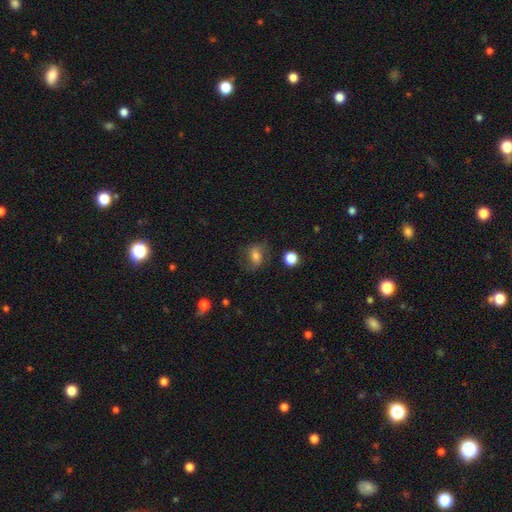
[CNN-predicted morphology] A smooth galaxy with no disk features (58%) that is in between round and cigar-shaped (53%).

Vote fractions:
- Smooth or featured? smooth: 58% / featured or disk: 30% / star or artifact: 12%
- How rounded? in between: 53% / round: 45% / cigar-shaped: 2%
- Merging? none: 67% / minor disturbance: 21% / major disturbance: 10% / merger: 2%